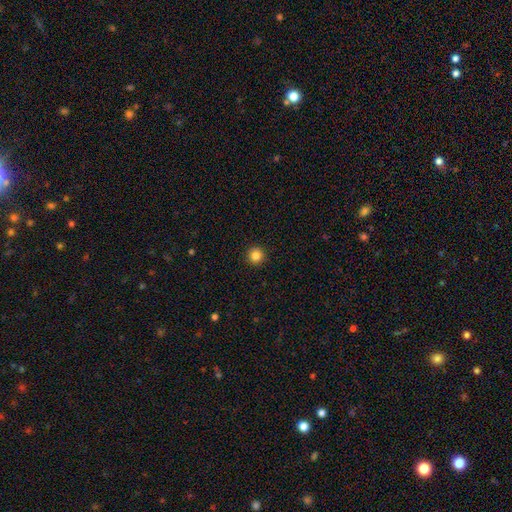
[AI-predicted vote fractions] Morphology: type=smooth (84%); roundness=round (96%); merging=none (93%).